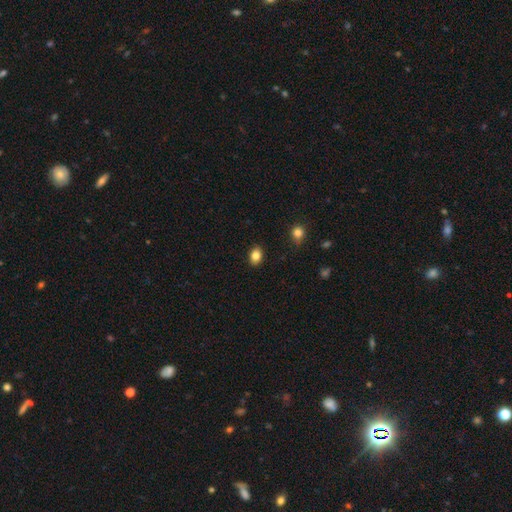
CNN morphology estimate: Smooth or featured? Predicted: smooth (p=0.84). How rounded? Predicted: in between (p=0.68). Merging? Predicted: none (p=0.88).